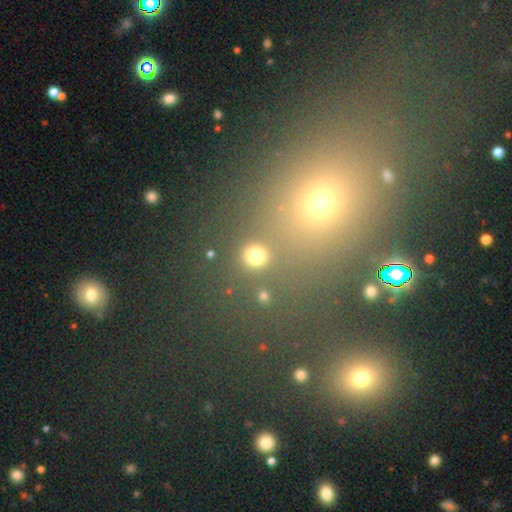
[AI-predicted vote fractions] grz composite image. It shows a smooth galaxy with no disk features (75%) that is round (86%). Merging: none (81%).